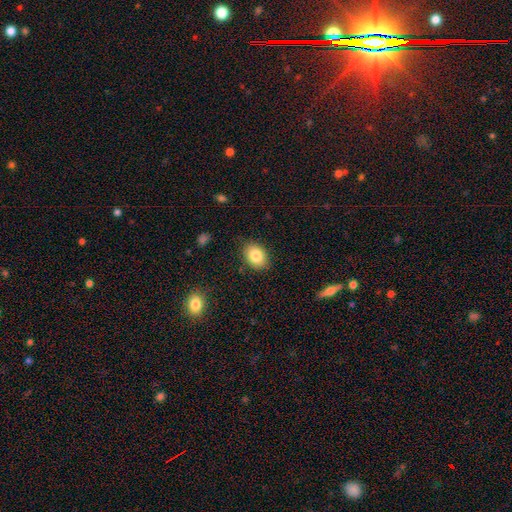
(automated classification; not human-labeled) This appears to be a smooth galaxy with no disk features (84%) that is in between round and cigar-shaped (75%). Merging: none (85%).